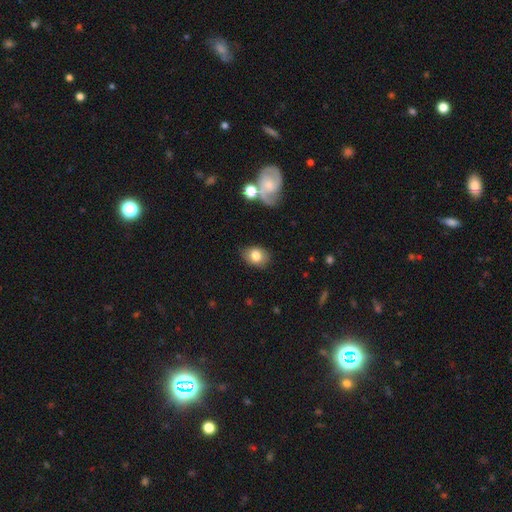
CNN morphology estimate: smooth 78%, featured or disk 14%, star or artifact 8%. Down the decision tree: how rounded — in between (62%); merging — none (79%).